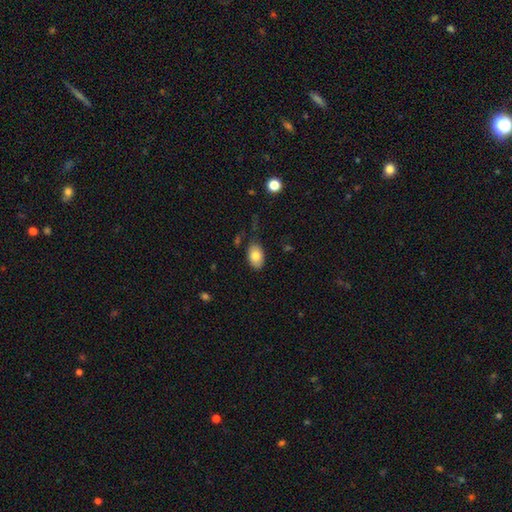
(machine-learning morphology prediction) type=smooth (79%); roundness=in between (90%); merging=none (80%).